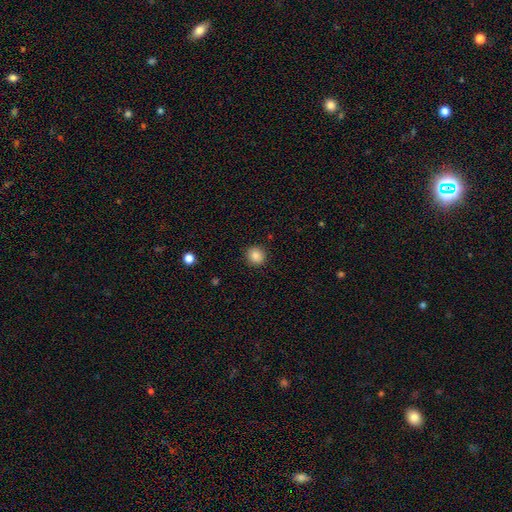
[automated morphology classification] This is clearly a smooth galaxy (86%). How rounded: clearly round (89%). Merging: clearly none (91%).